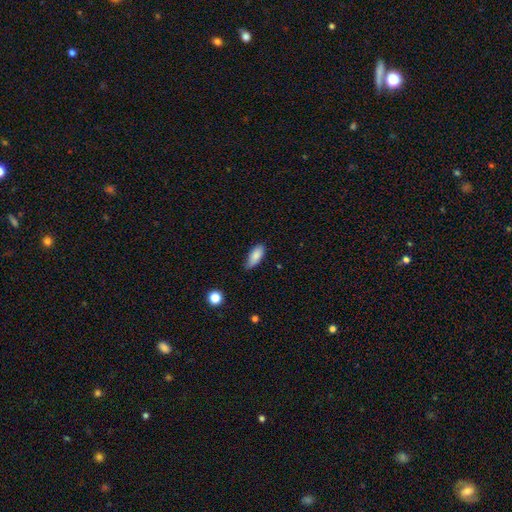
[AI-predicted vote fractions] Morphology: type=smooth (85%); roundness=in between (82%); merging=none (63%).